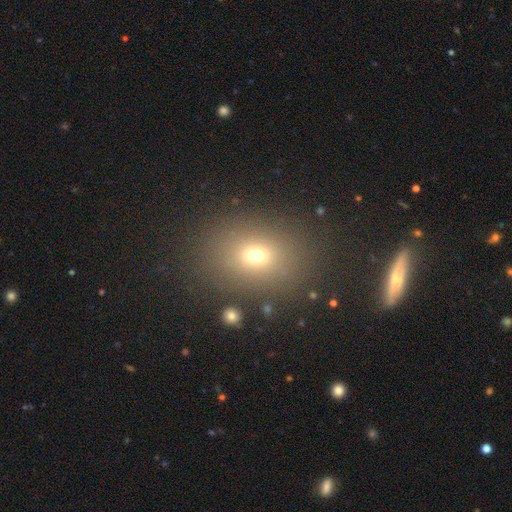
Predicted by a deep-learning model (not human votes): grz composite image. It shows a smooth galaxy with no disk features (68%) that is in between round and cigar-shaped (57%). Merging: none (83%).